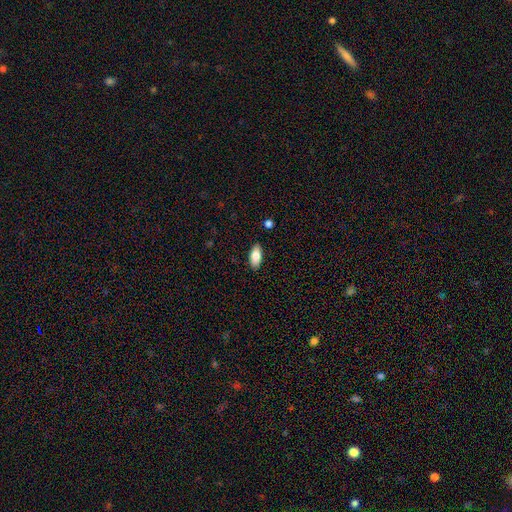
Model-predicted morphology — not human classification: A smooth galaxy with no disk features (82%) that is in between round and cigar-shaped (88%).

Vote fractions:
- Smooth or featured? smooth: 82% / featured or disk: 11% / star or artifact: 7%
- How rounded? in between: 88% / cigar-shaped: 10% / round: 2%
- Merging? none: 88% / minor disturbance: 9% / major disturbance: 2% / merger: 1%